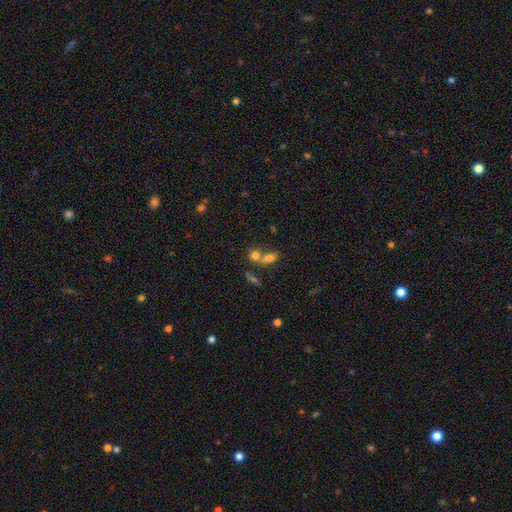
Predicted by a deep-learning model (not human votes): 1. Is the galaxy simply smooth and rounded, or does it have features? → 73% smooth, 14% star or artifact, 13% featured or disk.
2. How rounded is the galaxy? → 55% round, 42% in between, 3% cigar-shaped.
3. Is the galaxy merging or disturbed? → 51% merger, 36% none, 8% minor disturbance, 5% major disturbance.